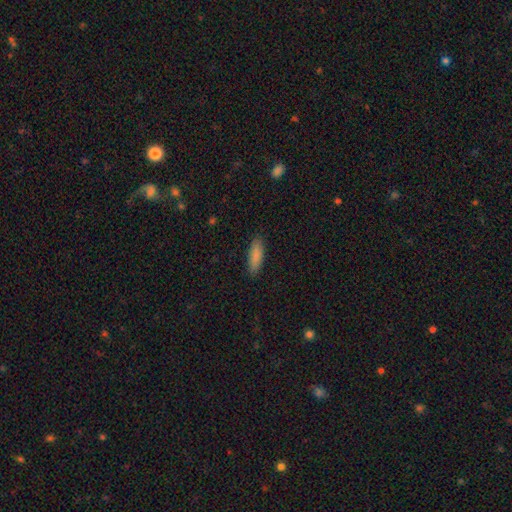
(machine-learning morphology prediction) Smooth or featured? Predicted: smooth (p=0.88). How rounded? Predicted: in between (p=0.53). Merging? Predicted: none (p=0.88).